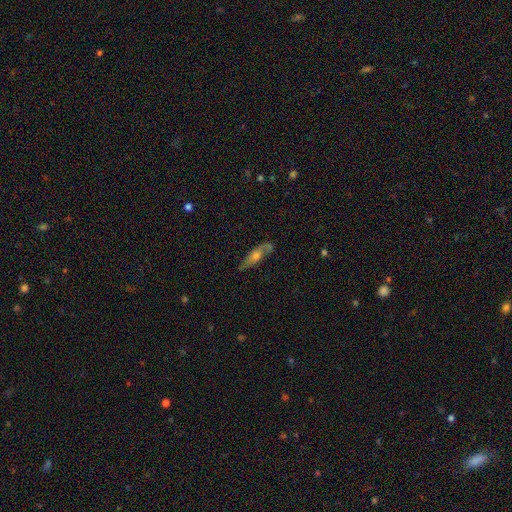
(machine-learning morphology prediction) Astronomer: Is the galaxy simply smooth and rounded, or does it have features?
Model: featured or disk — 52% (runner-up: smooth, 41%).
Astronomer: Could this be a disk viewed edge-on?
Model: no — 65%.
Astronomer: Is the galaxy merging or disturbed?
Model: none — 63%.